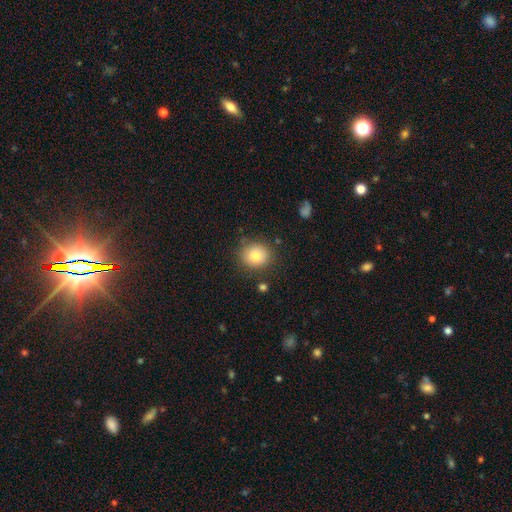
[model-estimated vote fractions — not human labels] The model was most divided on "how rounded": round: 81%, in between: 18%, cigar-shaped: 1%. More confident: merging — none (83%); smooth or featured — smooth (80%).